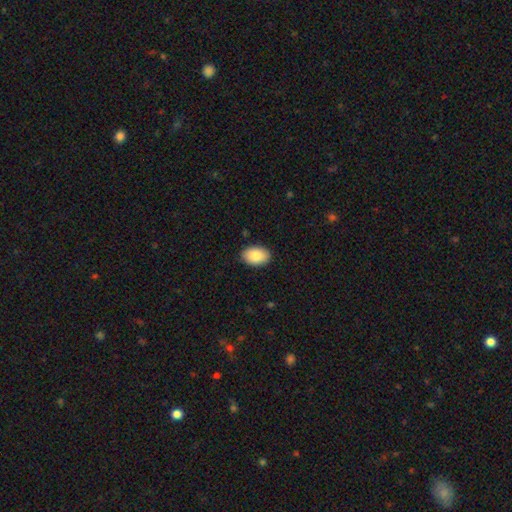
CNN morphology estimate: A smooth galaxy with no disk features (87%) that is in between round and cigar-shaped (89%). Merging: none (89%).